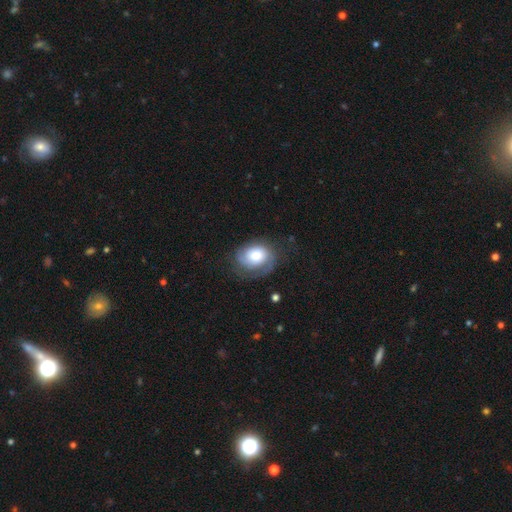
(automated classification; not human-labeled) Smooth or featured? featured or disk (60%)
Edge-on disk? no (97%)
Bar? no (77%)
Spiral arms? yes (88%)
Spiral winding? tight (51%)
Spiral arm count? 2 (45%)
Bulge size? large (40%)
Merging? none (61%)